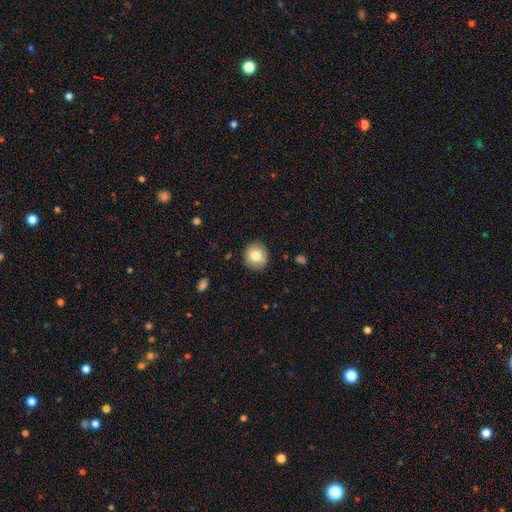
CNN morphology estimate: smooth_or_featured: smooth (p=0.82) [alt: featured or disk p=0.10]
how_rounded: round (p=0.91) [alt: in between p=0.08]
merging: none (p=0.90) [alt: minor disturbance p=0.07]